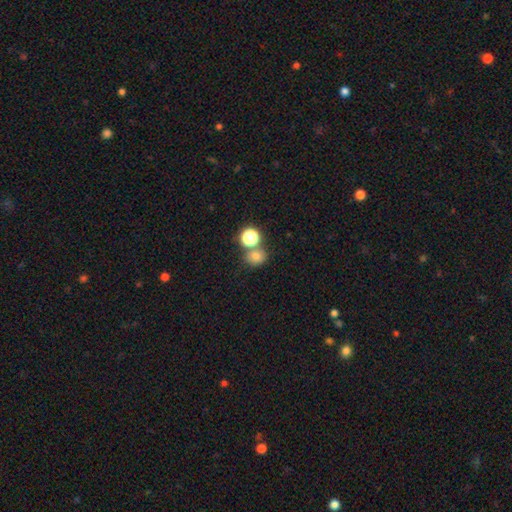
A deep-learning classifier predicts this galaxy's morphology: This is likely a smooth galaxy (74%). How rounded: likely round (69%). Merging: likely none (61%).